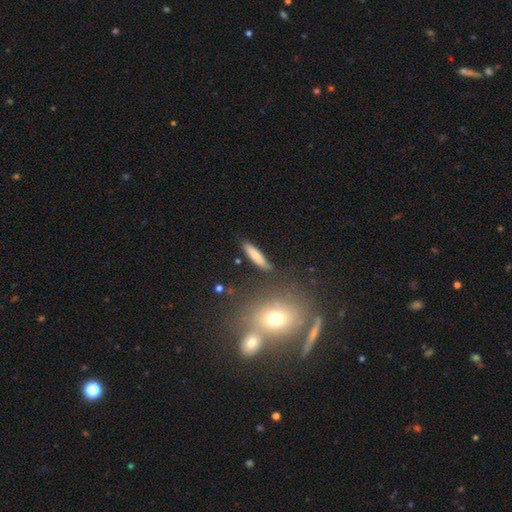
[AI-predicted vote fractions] This appears to be a smooth galaxy with no disk features (77%) that is cigar-shaped (80%). Merging: none (80%).